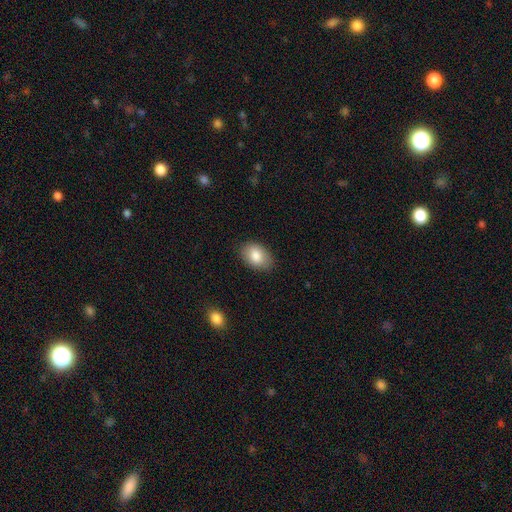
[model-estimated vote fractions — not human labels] Q: Smooth or featured?
A: smooth (84%); runner-up: featured or disk (8%)
Q: How rounded?
A: in between (86%); runner-up: round (13%)
Q: Merging?
A: none (86%); runner-up: minor disturbance (11%)